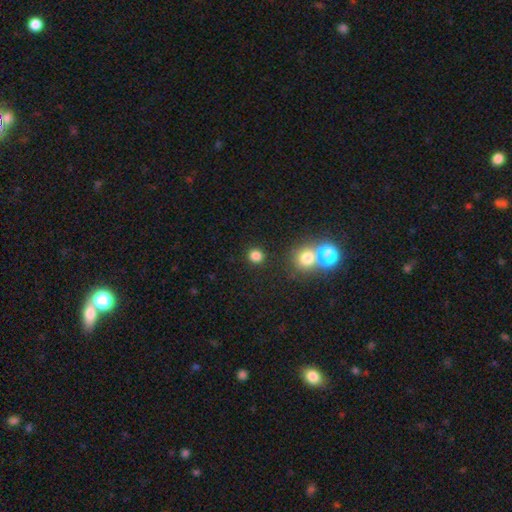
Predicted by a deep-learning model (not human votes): smooth-or-featured: smooth: 82% | star or artifact: 14% | featured or disk: 4%
  how-rounded: round: 88% | in between: 11% | cigar-shaped: 1%
  merging: none: 86% | minor disturbance: 6% | merger: 6% | major disturbance: 3%